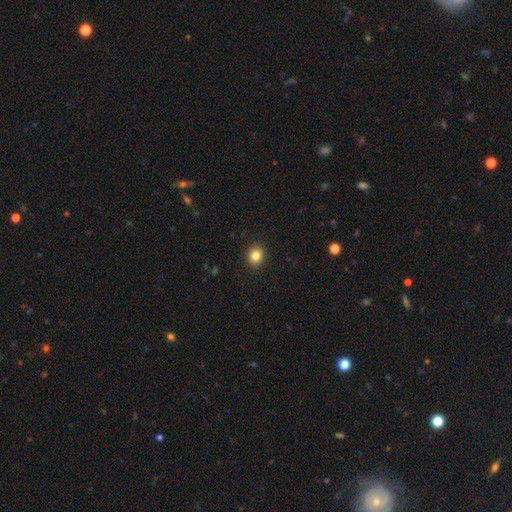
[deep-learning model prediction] Q: Smooth or featured?
A: smooth (83%); runner-up: star or artifact (11%)
Q: How rounded?
A: round (69%); runner-up: in between (30%)
Q: Merging?
A: none (91%); runner-up: minor disturbance (6%)